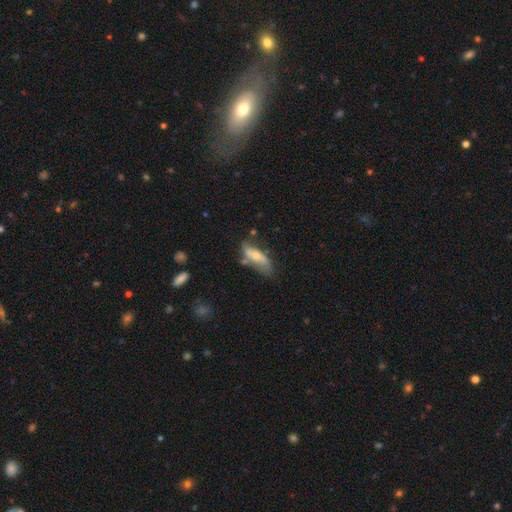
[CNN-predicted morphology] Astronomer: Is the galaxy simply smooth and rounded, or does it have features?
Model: smooth — 49% (runner-up: featured or disk, 44%).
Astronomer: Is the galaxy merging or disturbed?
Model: none — 50% (runner-up: minor disturbance, 28%).